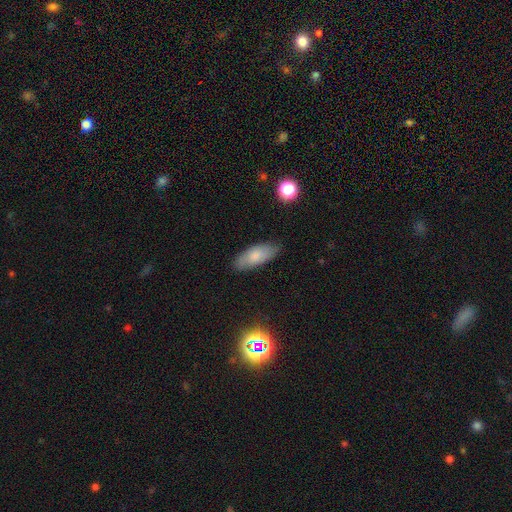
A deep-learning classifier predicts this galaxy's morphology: Smooth or featured: smooth — 75% (featured or disk — 18%)
How rounded: in between — 82% (cigar-shaped — 16%)
Merging: none — 80% (minor disturbance — 16%)